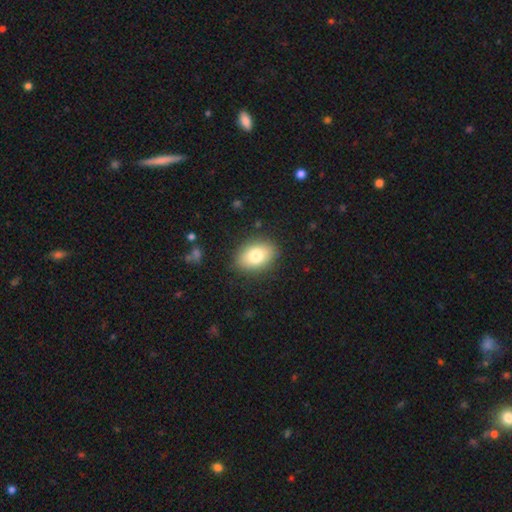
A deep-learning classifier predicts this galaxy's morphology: Smooth or featured?
  - smooth: 78% *
  - featured or disk: 14%
  - star or artifact: 8%
How rounded?
  - in between: 80% *
  - round: 19%
  - cigar-shaped: 1%
Merging?
  - none: 87% *
  - minor disturbance: 9%
  - major disturbance: 3%
  - merger: 1%